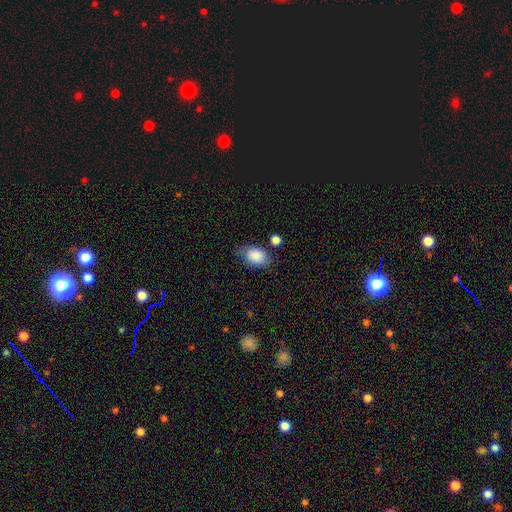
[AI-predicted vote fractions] Smooth or featured: smooth — 87% (star or artifact — 7%)
How rounded: in between — 87% (round — 12%)
Merging: none — 67% (minor disturbance — 22%)